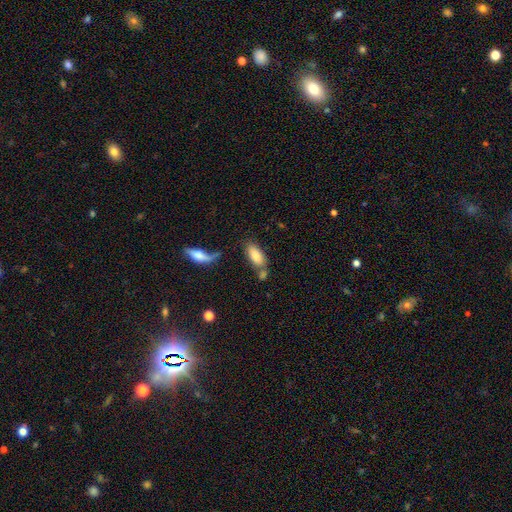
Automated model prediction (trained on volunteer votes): Smooth or featured?
  - smooth: 80% *
  - featured or disk: 13%
  - star or artifact: 7%
How rounded?
  - in between: 90% *
  - cigar-shaped: 8%
  - round: 2%
Merging?
  - none: 52% *
  - merger: 27%
  - minor disturbance: 15%
  - major disturbance: 6%